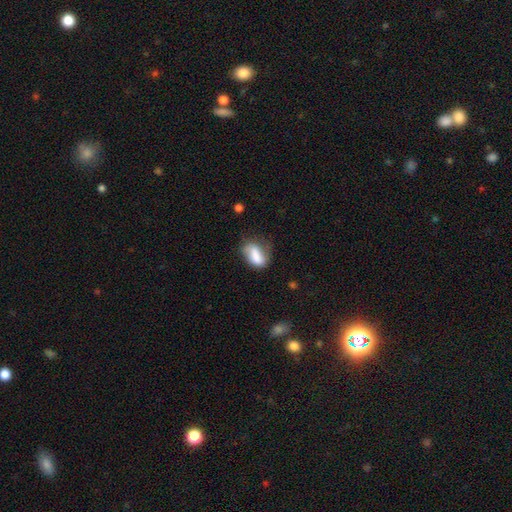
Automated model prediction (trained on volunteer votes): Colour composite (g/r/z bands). It shows a smooth galaxy with no disk features (73%) that is in between round and cigar-shaped (83%). Merging: none (45%).